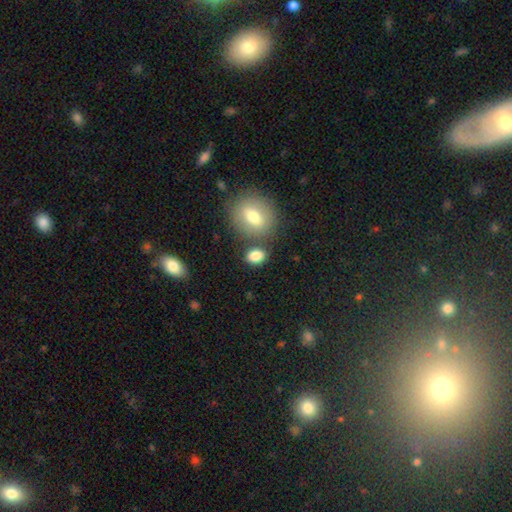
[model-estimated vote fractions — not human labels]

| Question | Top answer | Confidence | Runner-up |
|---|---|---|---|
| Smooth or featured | smooth | 84% | star or artifact (9%) |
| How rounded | in between | 68% | round (30%) |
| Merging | none | 67% | merger (16%) |